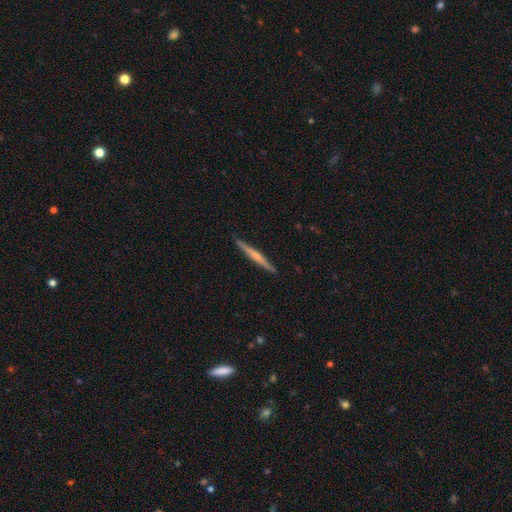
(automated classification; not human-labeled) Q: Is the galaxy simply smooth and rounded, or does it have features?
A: featured or disk — 57%.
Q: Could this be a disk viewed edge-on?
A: yes — 98%.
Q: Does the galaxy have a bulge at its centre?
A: rounded — 46%.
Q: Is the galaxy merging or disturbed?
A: none — 91%.